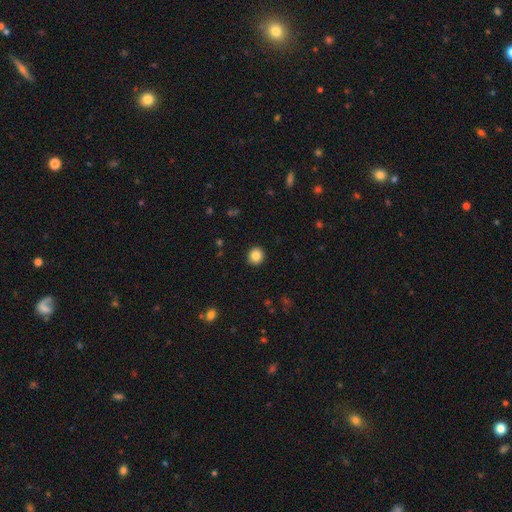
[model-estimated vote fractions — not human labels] smooth 86%, star or artifact 10%, featured or disk 5%. Down the decision tree: how rounded — round (88%); merging — none (92%).